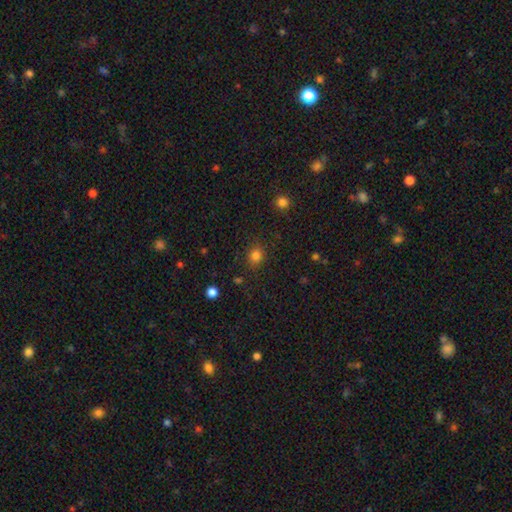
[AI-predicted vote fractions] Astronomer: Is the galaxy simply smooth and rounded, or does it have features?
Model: smooth — 82%.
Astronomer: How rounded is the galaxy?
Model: round — 79%.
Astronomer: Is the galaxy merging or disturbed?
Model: none — 87%.